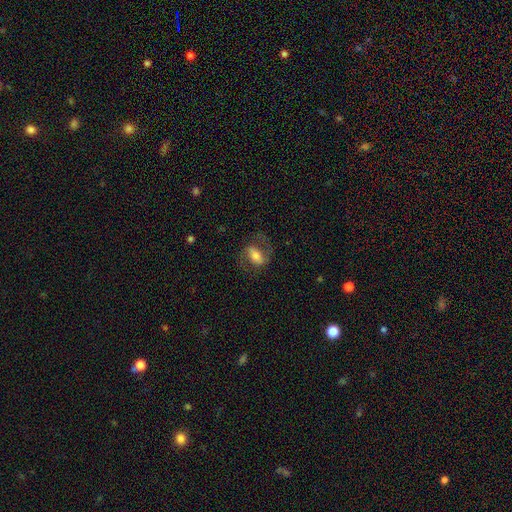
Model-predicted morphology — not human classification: Smooth or featured: featured or disk — 53% (smooth — 39%)
Edge-on disk: no — 93% (yes — 7%)
Merging: none — 65% (major disturbance — 17%)